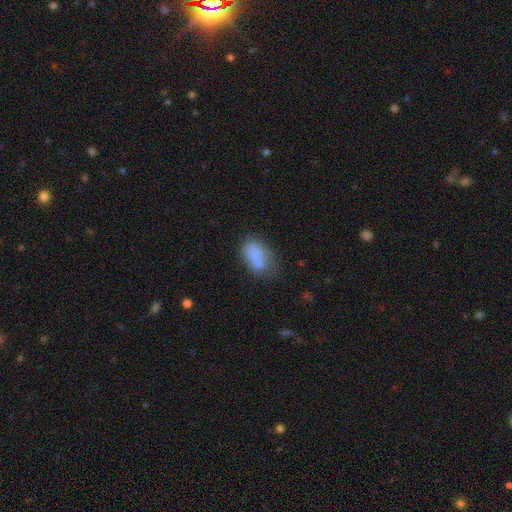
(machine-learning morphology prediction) smooth-or-featured: smooth: 76% | featured or disk: 14% | star or artifact: 10%
  how-rounded: in between: 90% | round: 7% | cigar-shaped: 3%
  merging: none: 43% | minor disturbance: 28% | major disturbance: 15% | merger: 14%